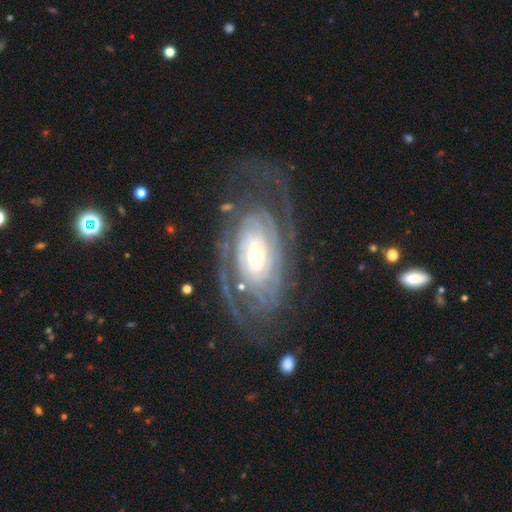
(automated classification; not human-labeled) Smooth or featured?
  - featured or disk: 89% *
  - smooth: 6%
  - star or artifact: 5%
Edge-on disk?
  - no: 95% *
  - yes: 5%
Bar?
  - no: 63% *
  - weak: 24%
  - strong: 14%
Spiral arms?
  - yes: 97% *
  - no: 3%
Spiral winding?
  - tight: 72% *
  - medium: 22%
  - loose: 6%
Spiral arm count?
  - 2: 38% *
  - can't tell: 26%
  - 3: 14%
  - 4: 9%
  - more than 4: 7%
  - 1: 6%
Bulge size?
  - small: 45% *
  - moderate: 37%
  - large: 14%
  - dominant: 3%
  - none: 2%
Merging?
  - none: 68% *
  - minor disturbance: 16%
  - major disturbance: 15%
  - merger: 2%